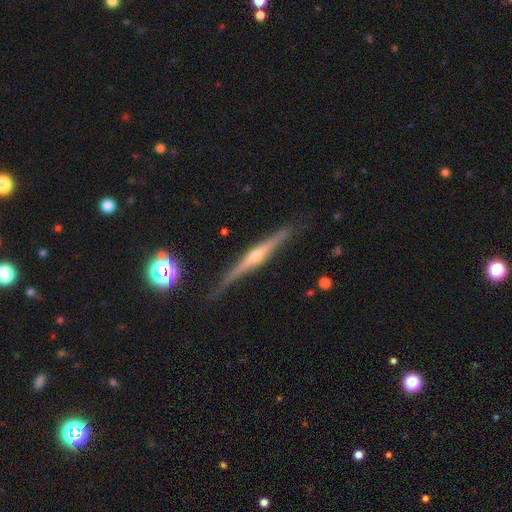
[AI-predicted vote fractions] The model was most divided on "smooth or featured": featured or disk: 81%, smooth: 12%, star or artifact: 7%. More confident: edge-on disk — yes (98%); edge-on bulge — rounded (88%); merging — none (86%).